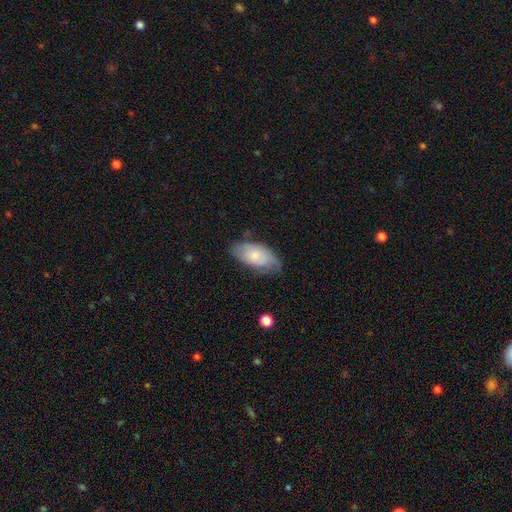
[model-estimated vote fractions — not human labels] smooth 59%, featured or disk 35%, star or artifact 6%. Down the decision tree: how rounded — in between (93%); merging — none (58%).